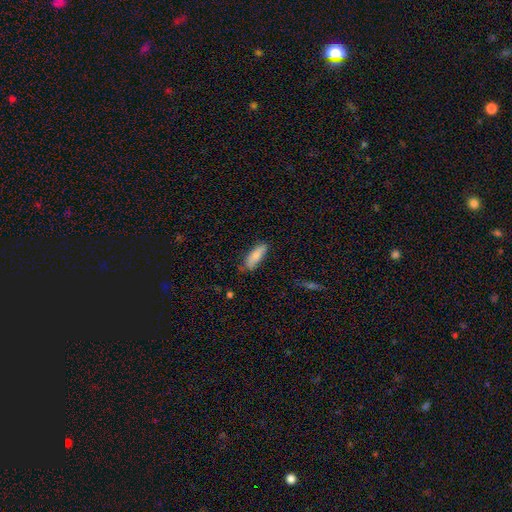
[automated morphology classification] type=smooth (83%); roundness=in between (61%); merging=none (77%).